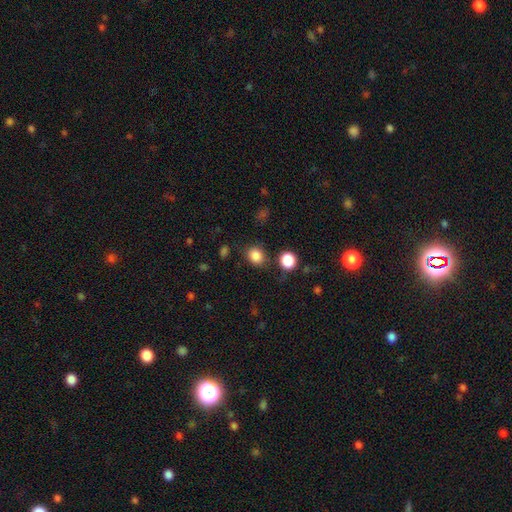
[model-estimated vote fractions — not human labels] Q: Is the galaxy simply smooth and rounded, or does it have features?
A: smooth — 85%.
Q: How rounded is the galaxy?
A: round — 66%.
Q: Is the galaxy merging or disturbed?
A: none — 81%.